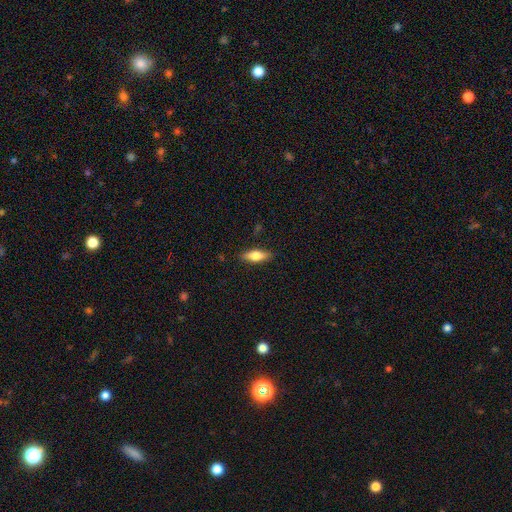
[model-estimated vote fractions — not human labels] This appears to be a smooth galaxy with no disk features (66%) that is in between round and cigar-shaped (64%). Merging: none (86%).